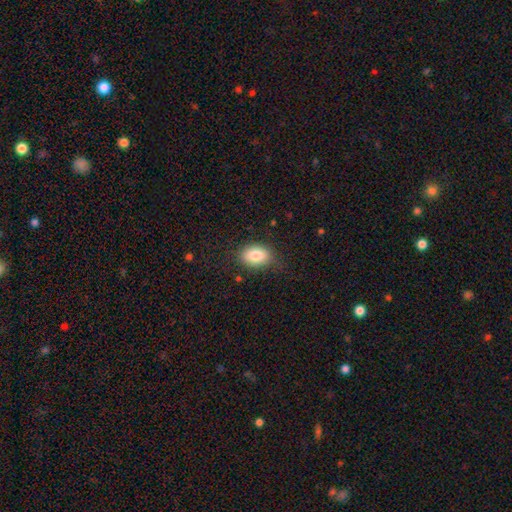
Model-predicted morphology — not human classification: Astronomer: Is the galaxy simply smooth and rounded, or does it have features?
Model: smooth — 83%.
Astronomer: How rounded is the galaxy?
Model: in between — 81%.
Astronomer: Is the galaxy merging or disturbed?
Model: none — 76%.